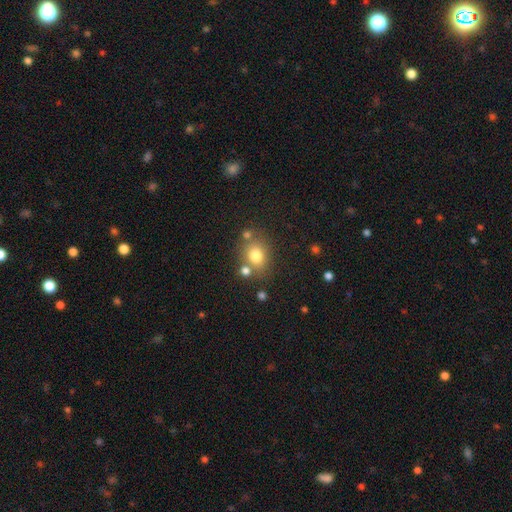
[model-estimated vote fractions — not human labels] A smooth galaxy with no disk features (77%) that is round (59%).

Vote fractions:
- Smooth or featured? smooth: 77% / star or artifact: 13% / featured or disk: 11%
- How rounded? round: 59% / in between: 40% / cigar-shaped: 1%
- Merging? none: 68% / merger: 15% / minor disturbance: 13% / major disturbance: 5%